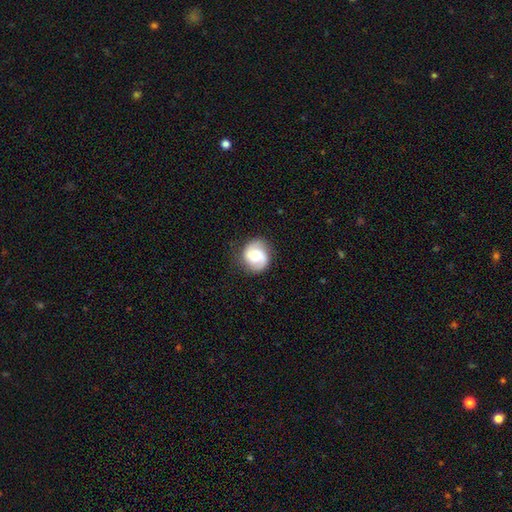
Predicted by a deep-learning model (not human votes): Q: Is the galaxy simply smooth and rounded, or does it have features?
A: featured or disk — 58%.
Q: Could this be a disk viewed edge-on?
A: no — 98%.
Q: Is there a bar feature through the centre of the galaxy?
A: no — 54%.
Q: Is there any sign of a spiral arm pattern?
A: yes — 94%.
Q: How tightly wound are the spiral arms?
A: medium — 46%.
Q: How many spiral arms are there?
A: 2 — 85%.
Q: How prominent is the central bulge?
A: moderate — 31%.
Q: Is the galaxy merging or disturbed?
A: none — 79%.